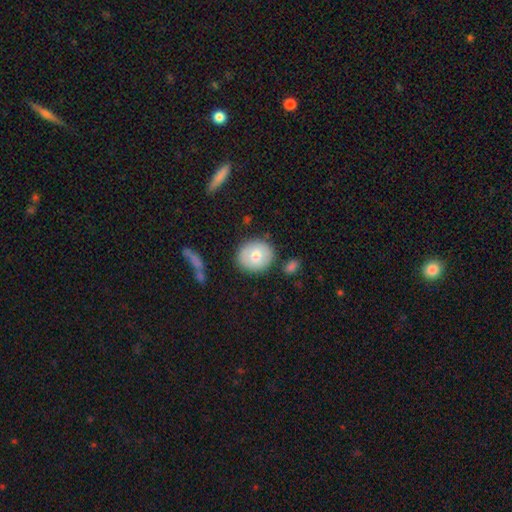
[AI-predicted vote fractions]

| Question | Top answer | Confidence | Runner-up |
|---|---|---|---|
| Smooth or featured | smooth | 71% | featured or disk (22%) |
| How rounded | round | 70% | in between (29%) |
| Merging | none | 81% | minor disturbance (11%) |